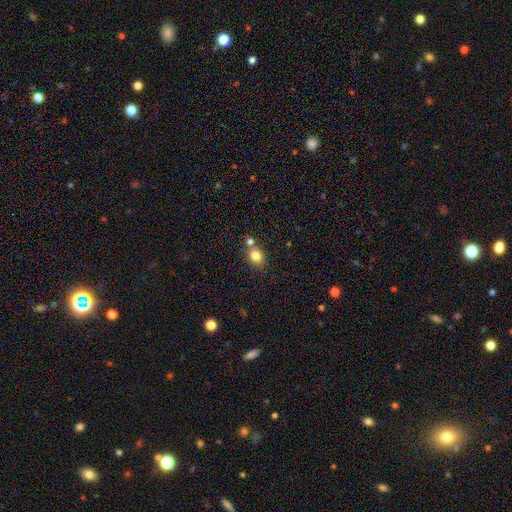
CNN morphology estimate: A smooth galaxy with no disk features (81%) that is in between round and cigar-shaped (55%). Merging: none (63%).